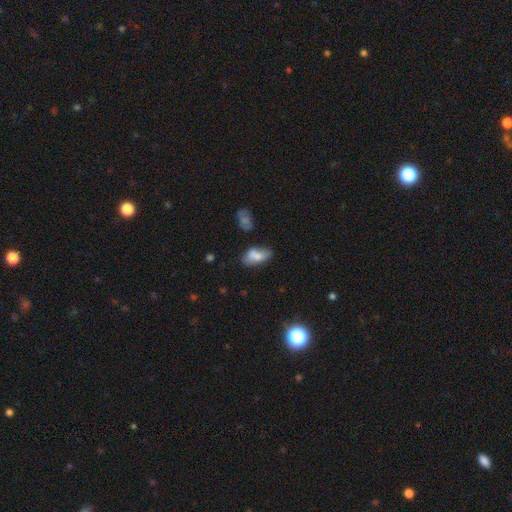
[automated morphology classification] type=smooth (71%); roundness=in between (89%); merging=none (48%).